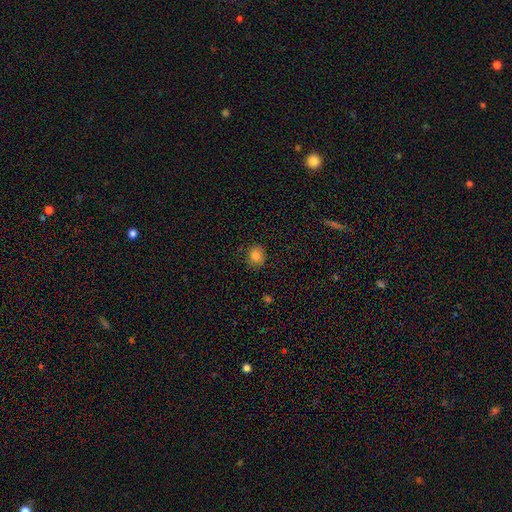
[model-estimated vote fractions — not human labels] Overall: smooth (82%). How rounded: round (78%). Merging: none (85%).